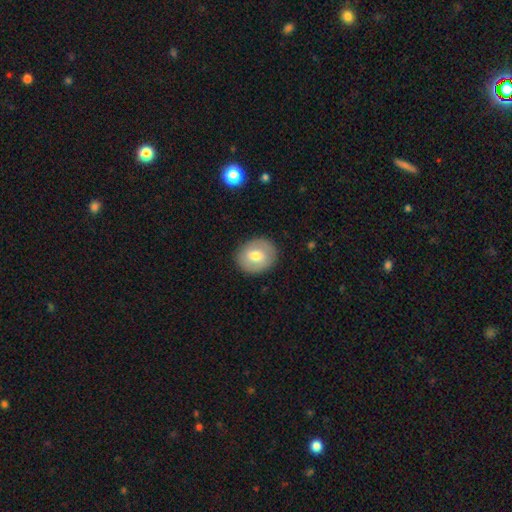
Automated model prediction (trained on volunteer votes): Smooth or featured?
  - smooth: 65% *
  - featured or disk: 28%
  - star or artifact: 7%
How rounded?
  - round: 62% *
  - in between: 37%
  - cigar-shaped: 1%
Merging?
  - none: 87% *
  - minor disturbance: 9%
  - major disturbance: 3%
  - merger: 1%